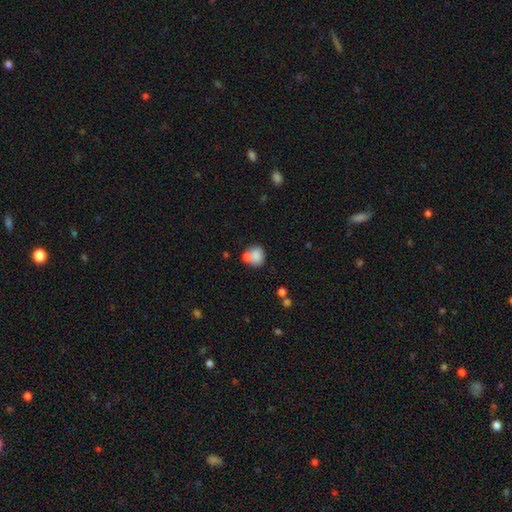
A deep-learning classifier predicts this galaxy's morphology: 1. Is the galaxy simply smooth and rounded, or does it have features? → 80% smooth, 11% featured or disk, 9% star or artifact.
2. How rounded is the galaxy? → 75% round, 24% in between, 1% cigar-shaped.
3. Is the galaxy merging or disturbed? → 45% none, 38% merger, 13% minor disturbance, 5% major disturbance.